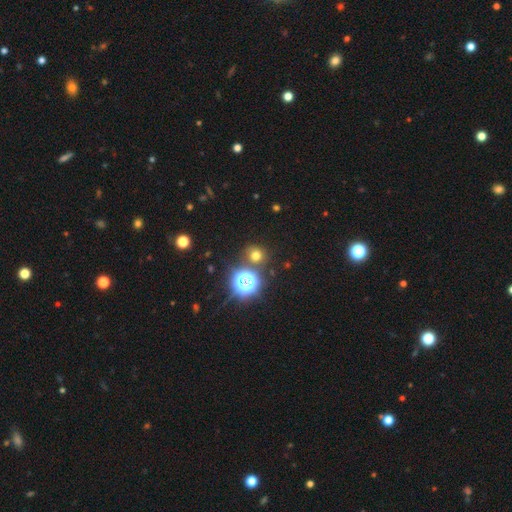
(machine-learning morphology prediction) smooth 64%, star or artifact 29%, featured or disk 7%. Down the decision tree: how rounded — round (87%); merging — none (80%).